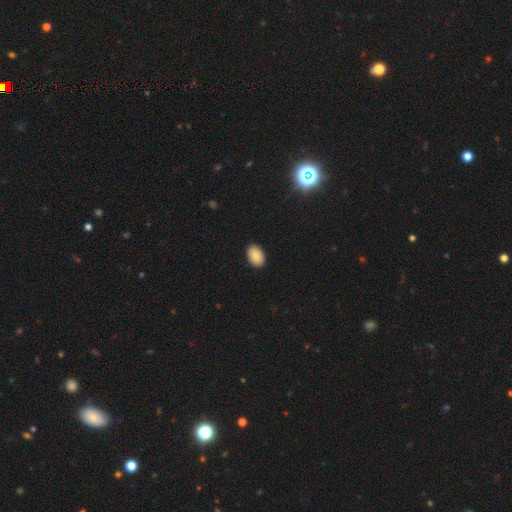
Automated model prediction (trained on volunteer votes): This appears to be a smooth galaxy with no disk features (84%) that is in between round and cigar-shaped (87%). Merging: none (90%).